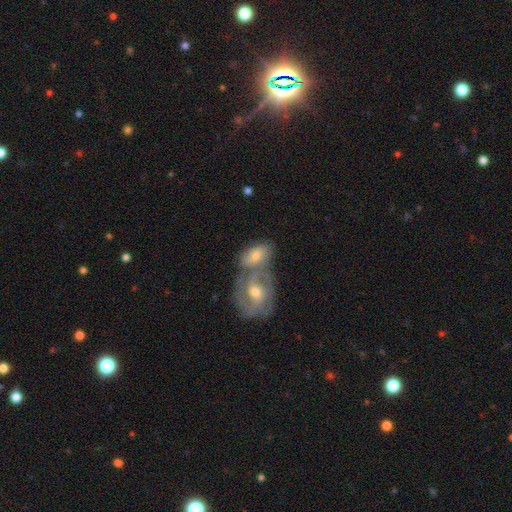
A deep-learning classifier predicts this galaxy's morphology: A smooth galaxy with no disk features (51%) that is in between round and cigar-shaped (85%). Merging: merger (50%).